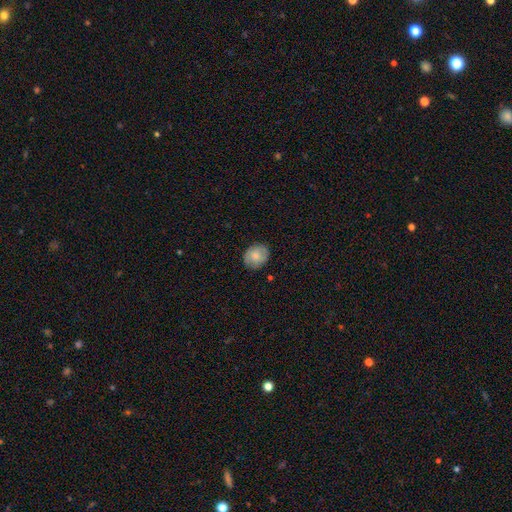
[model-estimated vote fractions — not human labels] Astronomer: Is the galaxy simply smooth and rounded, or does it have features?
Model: smooth — 74%.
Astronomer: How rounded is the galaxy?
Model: round — 65%.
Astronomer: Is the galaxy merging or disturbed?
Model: none — 82%.